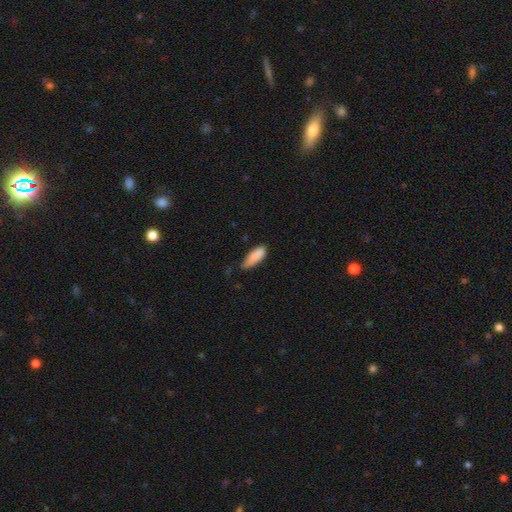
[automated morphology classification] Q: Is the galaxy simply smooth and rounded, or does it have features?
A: smooth — 86%.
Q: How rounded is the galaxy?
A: in between — 71%.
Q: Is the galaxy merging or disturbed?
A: none — 45%.